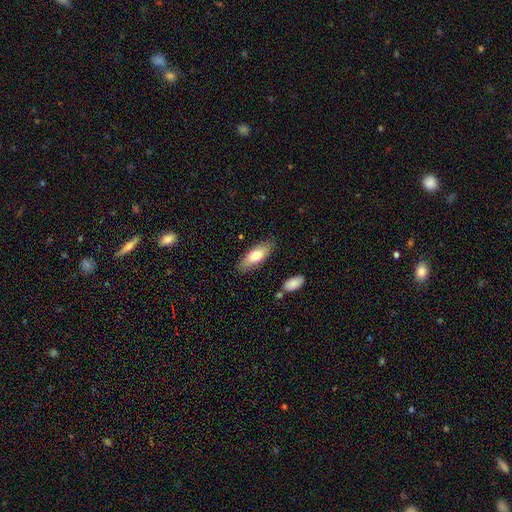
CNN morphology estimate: smooth-or-featured: smooth: 71% | featured or disk: 23% | star or artifact: 6%
  how-rounded: in between: 71% | cigar-shaped: 26% | round: 2%
  merging: none: 83% | minor disturbance: 12% | major disturbance: 2% | merger: 2%